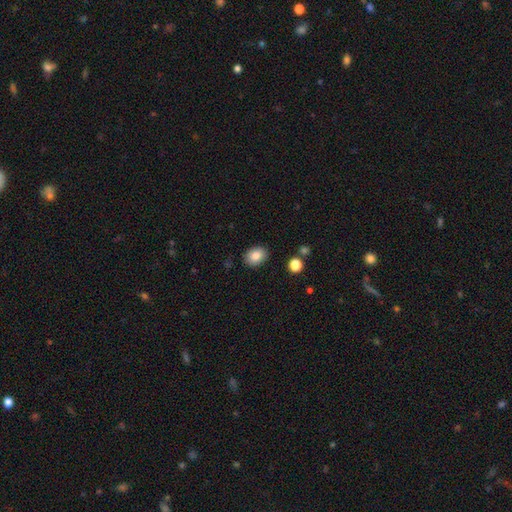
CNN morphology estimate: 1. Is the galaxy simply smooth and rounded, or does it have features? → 84% smooth, 9% star or artifact, 7% featured or disk.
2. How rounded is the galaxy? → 68% in between, 31% round, 1% cigar-shaped.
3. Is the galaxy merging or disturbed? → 87% none, 9% minor disturbance, 2% major disturbance, 2% merger.